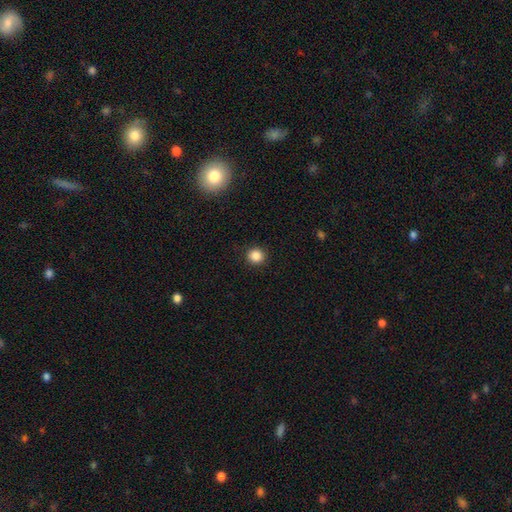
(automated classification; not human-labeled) Overall: smooth (86%). How rounded: round (91%). Merging: none (90%).